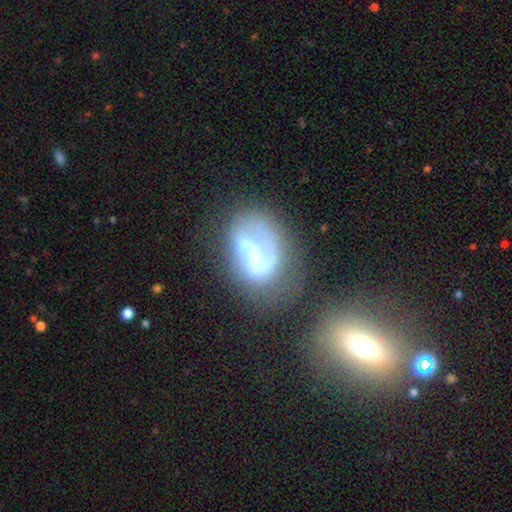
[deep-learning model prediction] smooth_or_featured: featured or disk (p=0.70) [alt: smooth p=0.22]
disk_edge_on: no (p=0.98) [alt: yes p=0.02]
bar: no (p=0.48) [alt: weak p=0.39]
has_spiral_arms: yes (p=0.77) [alt: no p=0.23]
spiral_winding: medium (p=0.41) [alt: tight p=0.30]
spiral_arm_count: 1 (p=0.43) [alt: 2 p=0.37]
bulge_size: small (p=0.38) [alt: moderate p=0.34]
merging: none (p=0.38) [alt: major disturbance p=0.23]